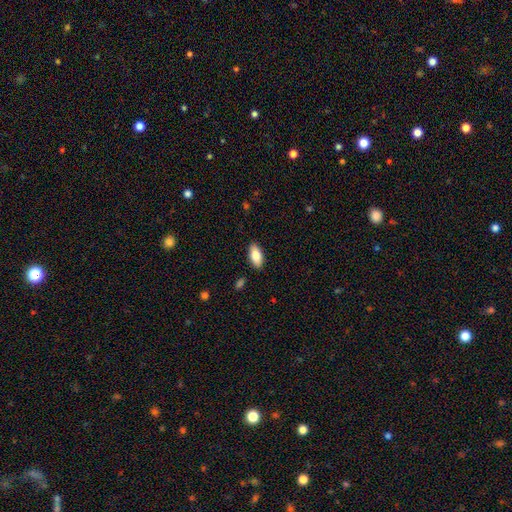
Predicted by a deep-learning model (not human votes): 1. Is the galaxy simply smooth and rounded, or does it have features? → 84% smooth, 10% featured or disk, 6% star or artifact.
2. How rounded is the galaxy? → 90% in between, 8% cigar-shaped, 2% round.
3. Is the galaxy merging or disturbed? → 88% none, 9% minor disturbance, 2% major disturbance, 1% merger.